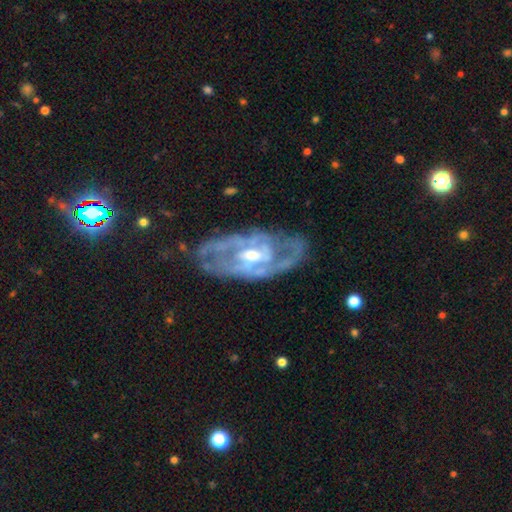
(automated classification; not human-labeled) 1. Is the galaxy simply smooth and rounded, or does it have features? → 87% featured or disk, 8% smooth, 5% star or artifact.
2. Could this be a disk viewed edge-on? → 92% no, 8% yes.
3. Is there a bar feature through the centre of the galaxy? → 45% weak, 33% no, 22% strong.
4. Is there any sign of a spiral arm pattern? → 85% yes, 15% no.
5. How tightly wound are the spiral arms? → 47% tight, 41% medium, 13% loose.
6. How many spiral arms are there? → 46% 2, 30% can't tell, 12% 3, 5% 1, 4% 4, 3% more than 4.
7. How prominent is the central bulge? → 60% moderate, 34% small, 4% large, 1% none, 1% dominant.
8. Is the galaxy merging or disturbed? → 66% none, 21% minor disturbance, 11% major disturbance, 2% merger.